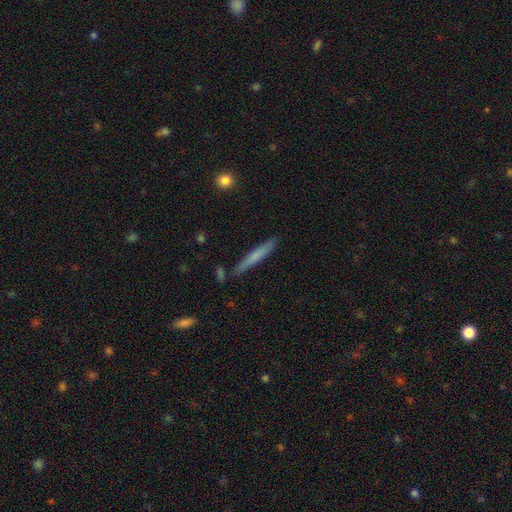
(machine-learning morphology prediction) A smooth galaxy with no disk features (64%) that is cigar-shaped (95%).

Vote fractions:
- Smooth or featured? smooth: 64% / featured or disk: 30% / star or artifact: 6%
- How rounded? cigar-shaped: 95% / in between: 3% / round: 1%
- Merging? none: 85% / minor disturbance: 10% / merger: 3% / major disturbance: 2%